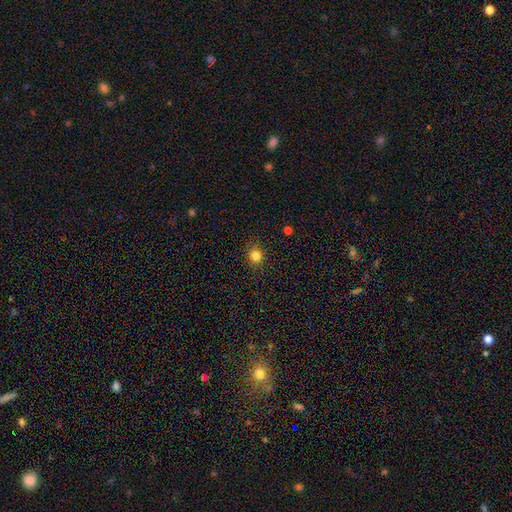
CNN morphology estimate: type=smooth (82%); roundness=round (78%); merging=none (88%).